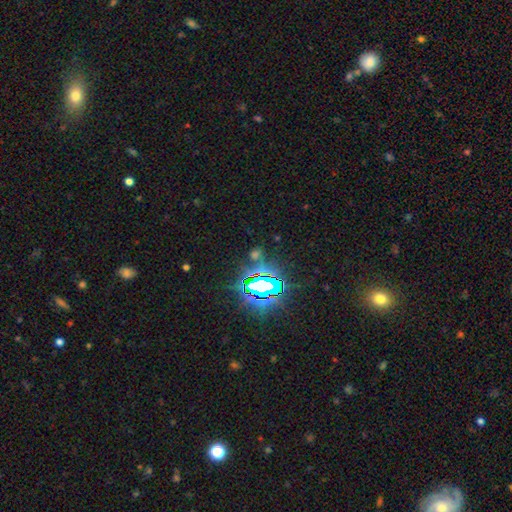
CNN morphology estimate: The model was most divided on "smooth or featured": star or artifact: 71%, smooth: 20%, featured or disk: 9%.